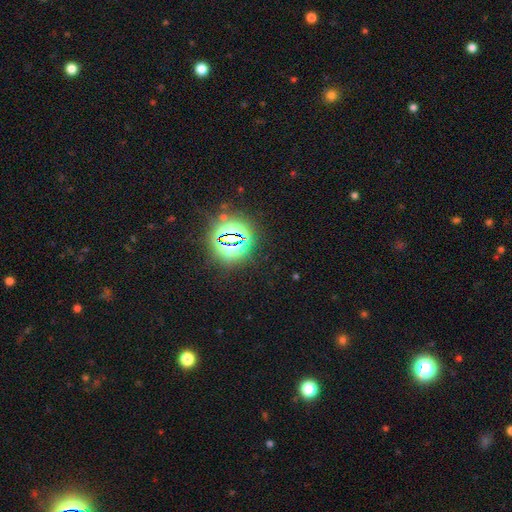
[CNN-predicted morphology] Smooth or featured? star or artifact (80%)